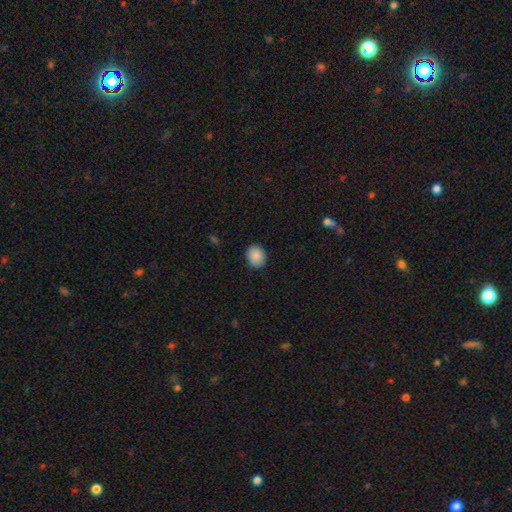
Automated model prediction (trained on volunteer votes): Smooth or featured? smooth (89%)
How rounded? round (64%)
Merging? none (88%)